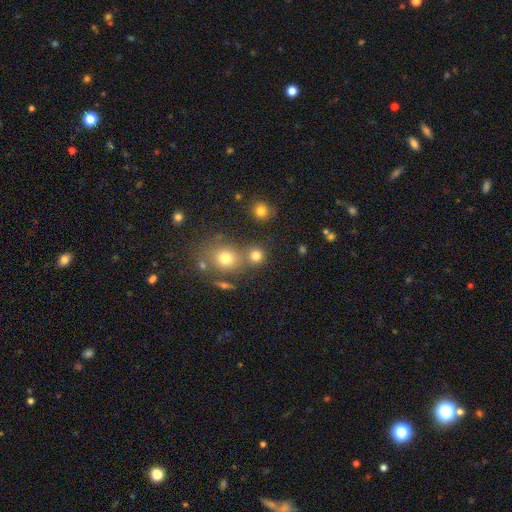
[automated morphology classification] Smooth or featured? smooth (77%)
How rounded? round (89%)
Merging? none (65%)